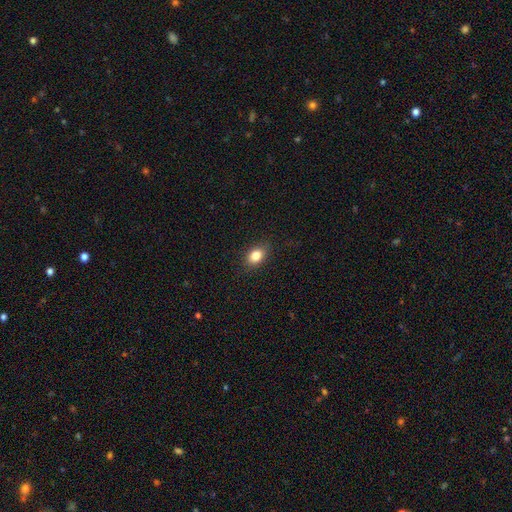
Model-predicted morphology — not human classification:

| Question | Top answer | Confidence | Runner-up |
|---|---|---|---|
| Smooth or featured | smooth | 84% | star or artifact (9%) |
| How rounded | in between | 73% | round (25%) |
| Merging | none | 86% | minor disturbance (11%) |